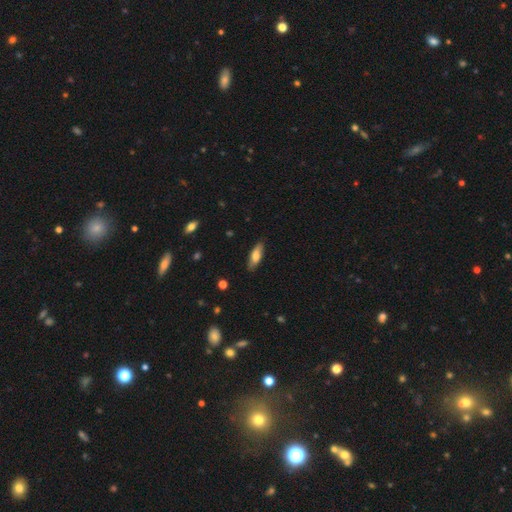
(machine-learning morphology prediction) smooth_or_featured: smooth (p=0.71) [alt: featured or disk p=0.23]
how_rounded: in between (p=0.58) [alt: cigar-shaped p=0.40]
merging: none (p=0.84) [alt: minor disturbance p=0.12]